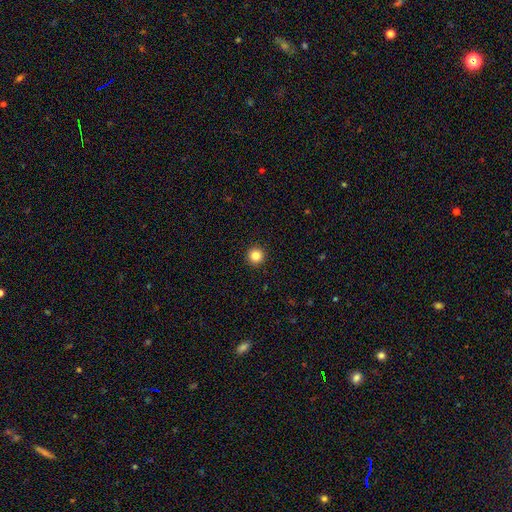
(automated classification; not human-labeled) Overall: smooth (84%). How rounded: round (96%). Merging: none (94%).